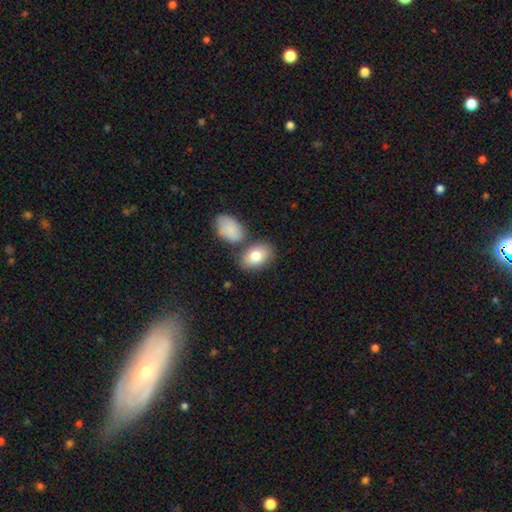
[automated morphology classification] A smooth galaxy with no disk features (79%) that is in between round and cigar-shaped (83%).

Vote fractions:
- Smooth or featured? smooth: 79% / featured or disk: 13% / star or artifact: 7%
- How rounded? in between: 83% / round: 15% / cigar-shaped: 1%
- Merging? none: 65% / merger: 18% / minor disturbance: 13% / major disturbance: 4%